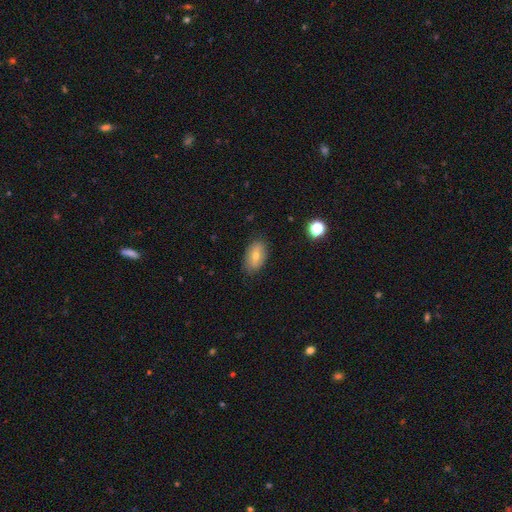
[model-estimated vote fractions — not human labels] This is possibly a smooth galaxy (60%). How rounded: clearly in between (89%). Merging: clearly none (82%).